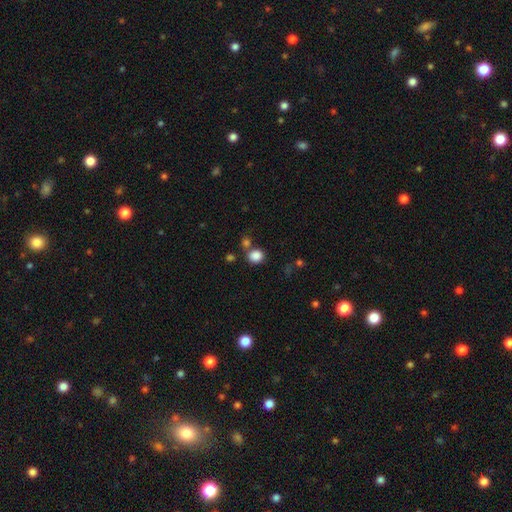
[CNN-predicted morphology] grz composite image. It shows a smooth galaxy with no disk features (85%) that is round (74%). Merging: none (69%).